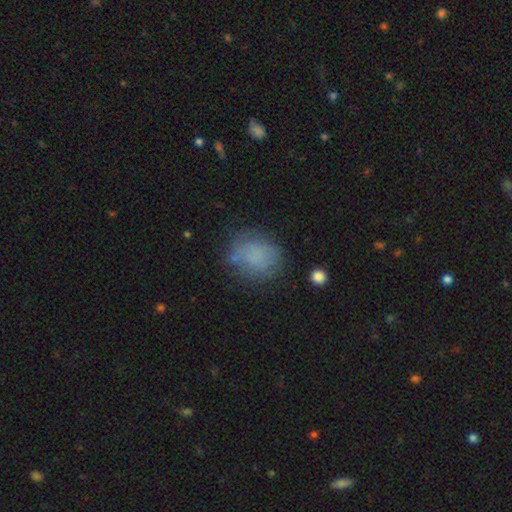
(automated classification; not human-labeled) A smooth galaxy with no disk features (74%) that is round (63%). Merging: none (65%).